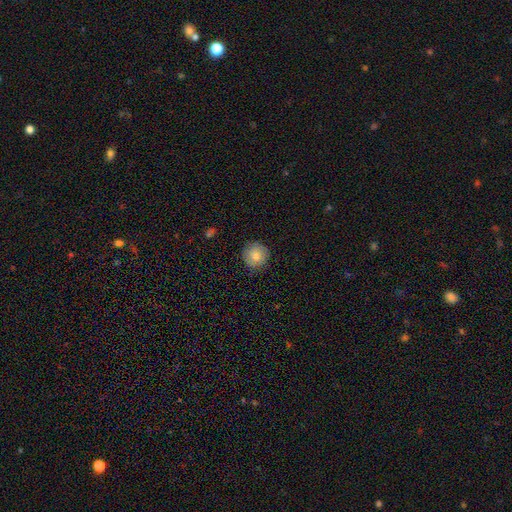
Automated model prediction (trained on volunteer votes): Smooth or featured? Predicted: smooth (p=0.83). How rounded? Predicted: round (p=0.92). Merging? Predicted: none (p=0.85).